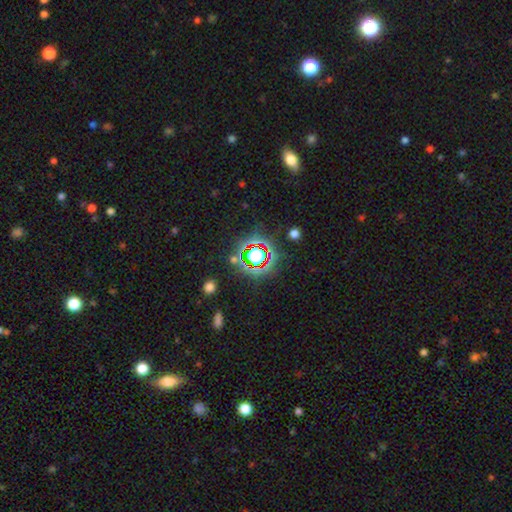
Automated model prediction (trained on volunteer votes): Smooth or featured?
  - star or artifact: 70% *
  - smooth: 19%
  - featured or disk: 12%